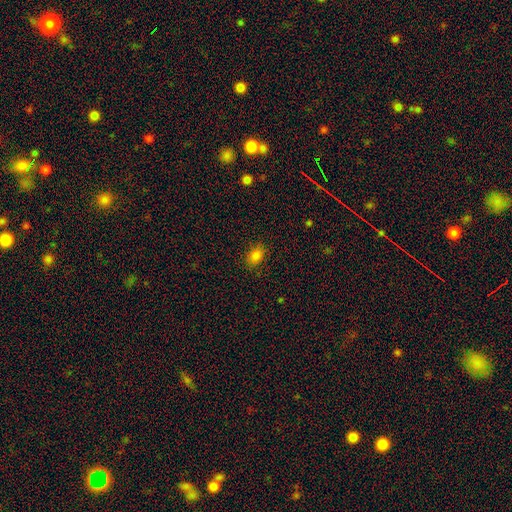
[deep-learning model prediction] Smooth or featured: smooth — 83% (star or artifact — 13%)
How rounded: in between — 75% (round — 24%)
Merging: none — 85% (minor disturbance — 11%)